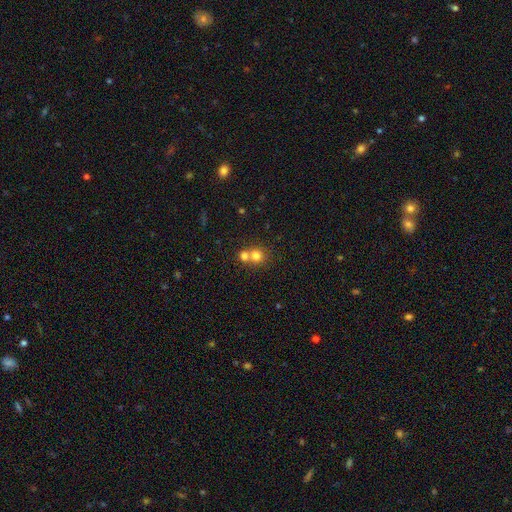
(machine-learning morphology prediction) The model was most divided on "merging": merger: 51%, none: 42%, minor disturbance: 5%, major disturbance: 2%. More confident: how rounded — round (86%); smooth or featured — smooth (77%).